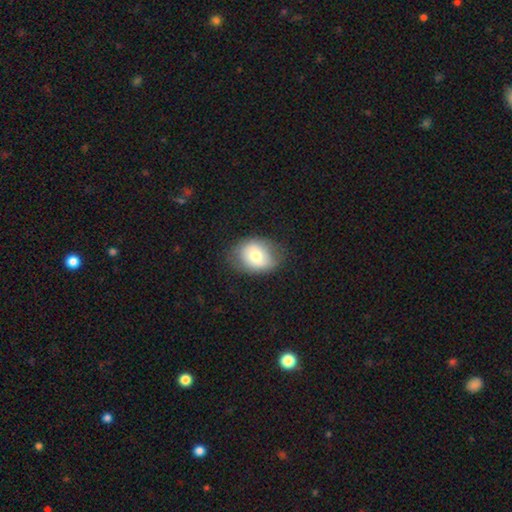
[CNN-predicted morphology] Q: Smooth or featured?
A: smooth (68%); runner-up: featured or disk (24%)
Q: How rounded?
A: in between (56%); runner-up: round (43%)
Q: Merging?
A: none (71%); runner-up: minor disturbance (22%)